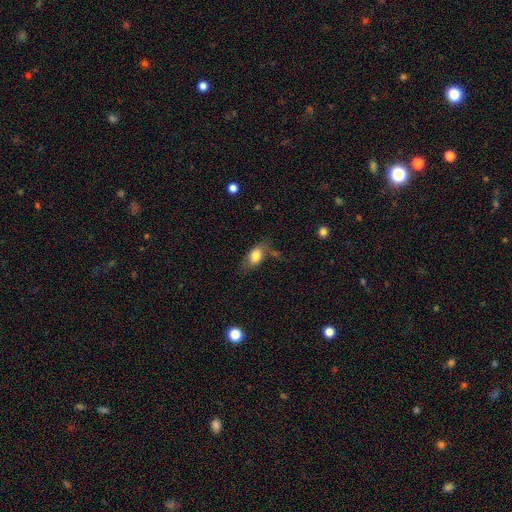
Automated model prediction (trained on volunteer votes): Morphology: type=smooth (77%); roundness=in between (84%); merging=none (58%).